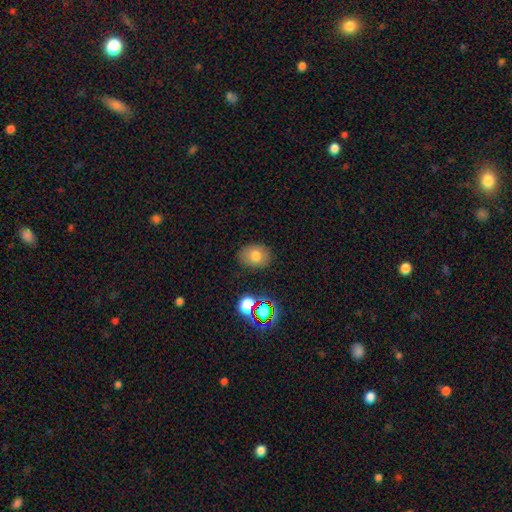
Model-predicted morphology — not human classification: Smooth or featured: smooth — 74% (featured or disk — 13%)
How rounded: in between — 62% (round — 37%)
Merging: none — 82% (minor disturbance — 12%)